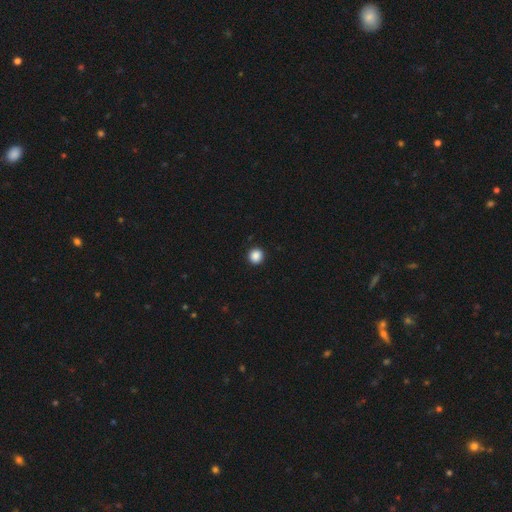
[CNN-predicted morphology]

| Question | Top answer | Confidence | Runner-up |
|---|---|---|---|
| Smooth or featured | smooth | 88% | star or artifact (10%) |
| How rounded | round | 93% | in between (6%) |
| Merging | none | 93% | minor disturbance (4%) |